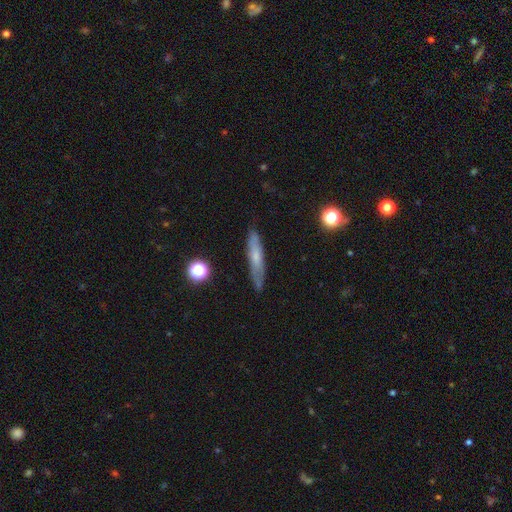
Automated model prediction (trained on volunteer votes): Smooth or featured? Predicted: smooth (p=0.52). How rounded? Predicted: cigar-shaped (p=0.87). Merging? Predicted: none (p=0.82).